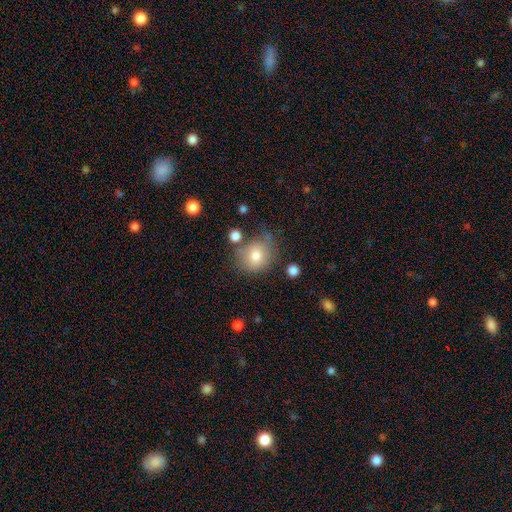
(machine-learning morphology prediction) The model was most divided on "merging": none: 57%, minor disturbance: 24%, major disturbance: 10%, merger: 9%. More confident: smooth or featured — smooth (77%); how rounded — round (70%).